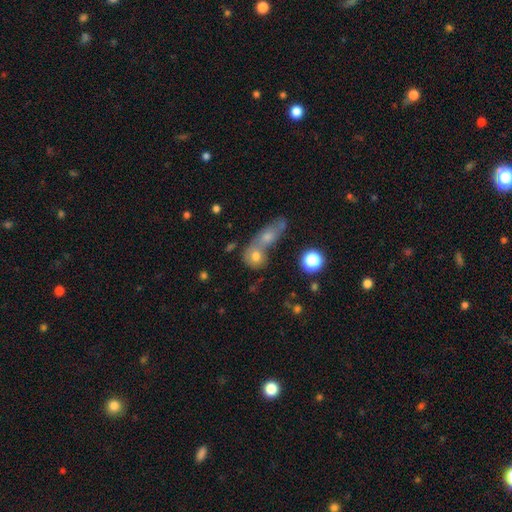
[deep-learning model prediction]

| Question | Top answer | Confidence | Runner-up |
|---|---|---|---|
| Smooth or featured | smooth | 68% | featured or disk (19%) |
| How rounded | round | 63% | in between (31%) |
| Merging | merger | 57% | none (32%) |